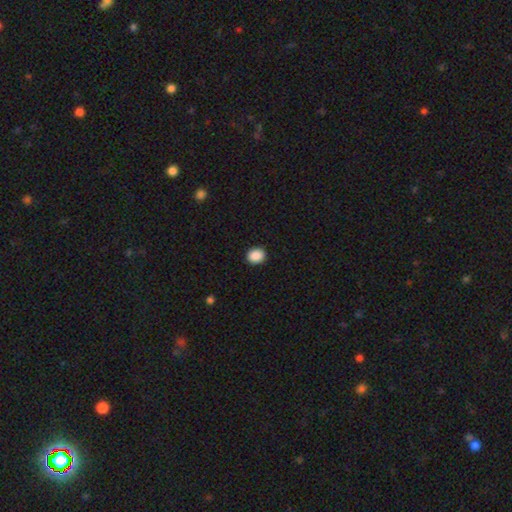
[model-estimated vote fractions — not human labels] Smooth or featured: smooth — 89% (star or artifact — 8%)
How rounded: round — 67% (in between — 32%)
Merging: none — 92% (minor disturbance — 6%)